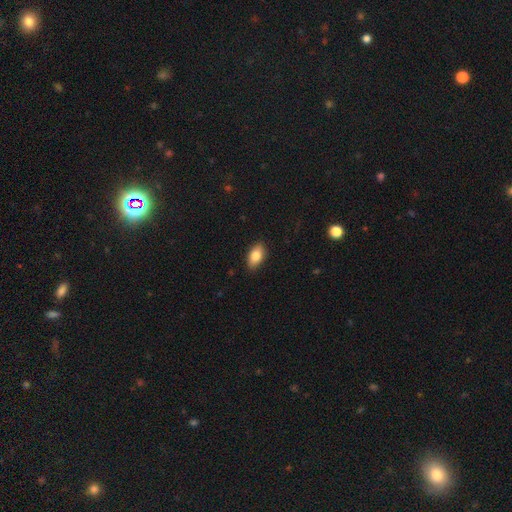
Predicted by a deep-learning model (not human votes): Smooth or featured? smooth (84%)
How rounded? in between (92%)
Merging? none (88%)